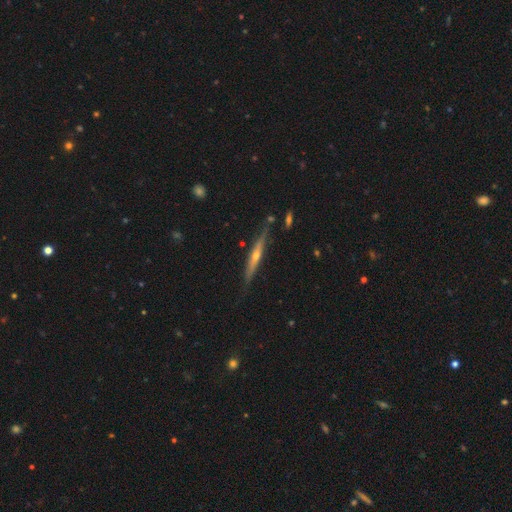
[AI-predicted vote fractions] A featured or disk galaxy (73%) viewed edge-on (97%) with a rounded central bulge (81%). Merging: none (83%).